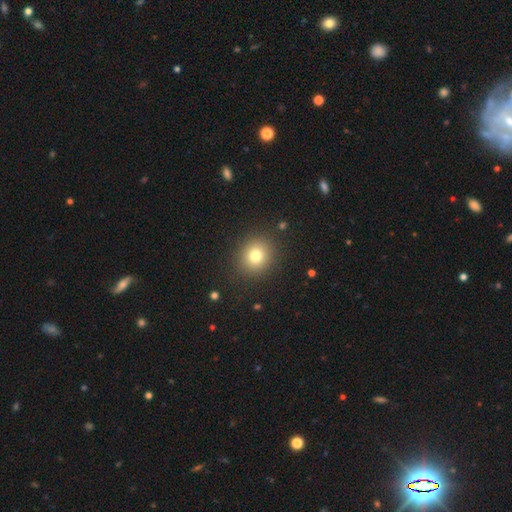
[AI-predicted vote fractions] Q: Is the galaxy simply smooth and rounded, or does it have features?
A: smooth — 78%.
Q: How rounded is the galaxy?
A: round — 83%.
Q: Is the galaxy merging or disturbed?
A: none — 89%.